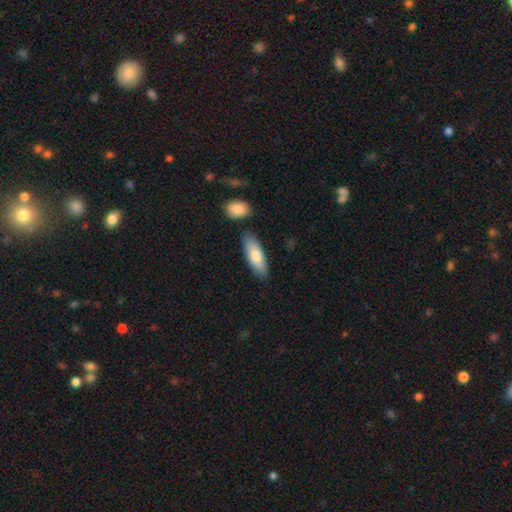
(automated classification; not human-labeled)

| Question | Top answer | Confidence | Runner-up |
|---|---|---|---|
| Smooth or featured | smooth | 77% | featured or disk (17%) |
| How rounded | in between | 65% | cigar-shaped (33%) |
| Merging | none | 82% | minor disturbance (11%) |